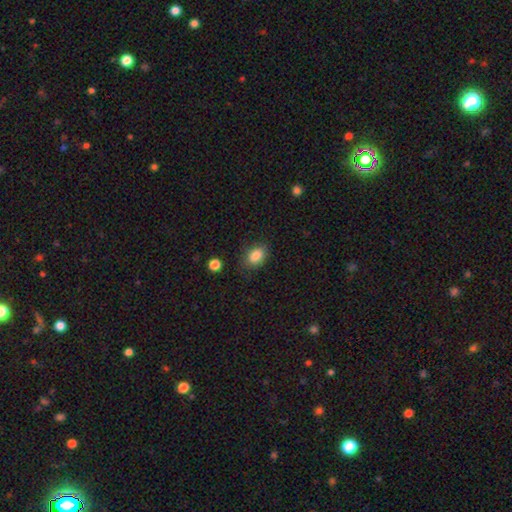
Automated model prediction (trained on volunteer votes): A smooth galaxy with no disk features (85%) that is in between round and cigar-shaped (79%). Merging: none (80%).